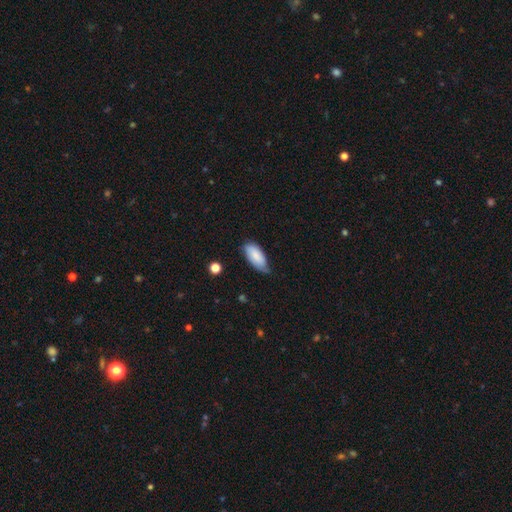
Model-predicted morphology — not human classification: Smooth or featured: smooth — 79% (featured or disk — 15%)
How rounded: in between — 88% (cigar-shaped — 10%)
Merging: none — 56% (minor disturbance — 36%)